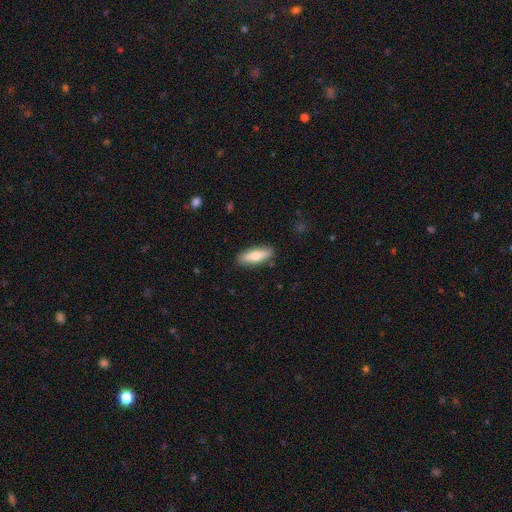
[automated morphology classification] A smooth galaxy with no disk features (69%) that is in between round and cigar-shaped (51%). Merging: none (87%).